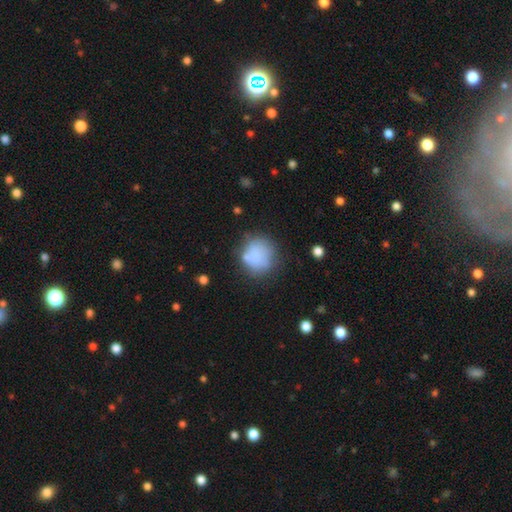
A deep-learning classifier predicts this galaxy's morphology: This appears to be a smooth galaxy with no disk features (73%) that is round (84%). Merging: none (56%).